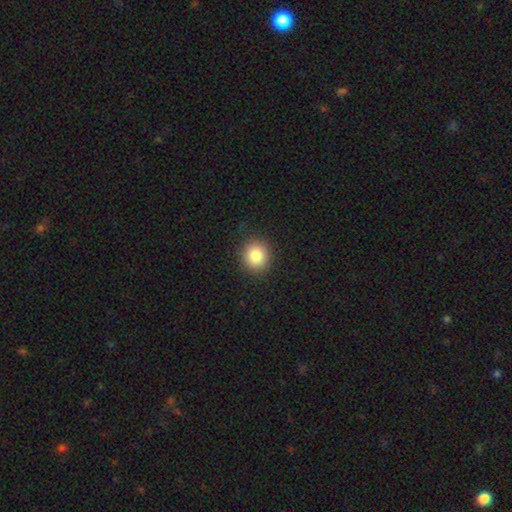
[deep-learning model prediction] Smooth or featured?
  - smooth: 85% *
  - star or artifact: 10%
  - featured or disk: 6%
How rounded?
  - round: 87% *
  - in between: 12%
  - cigar-shaped: 1%
Merging?
  - none: 91% *
  - minor disturbance: 6%
  - major disturbance: 2%
  - merger: 1%